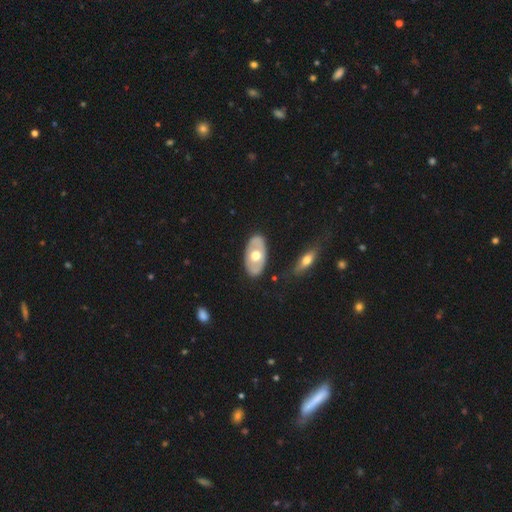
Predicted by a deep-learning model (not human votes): Smooth or featured?
  - featured or disk: 51% *
  - smooth: 45%
  - star or artifact: 4%
Edge-on disk?
  - no: 85% *
  - yes: 15%
Merging?
  - none: 83% *
  - minor disturbance: 11%
  - major disturbance: 3%
  - merger: 3%